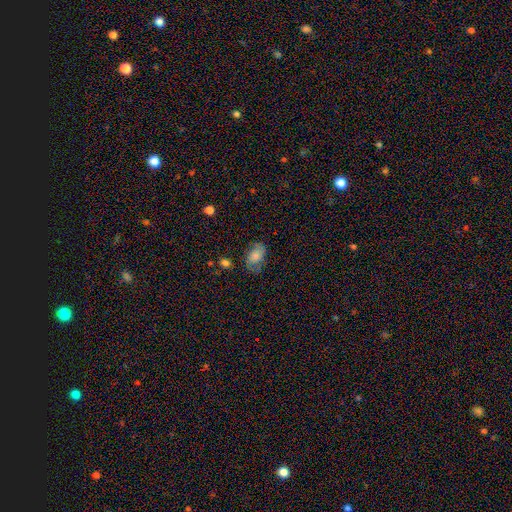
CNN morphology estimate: A smooth galaxy with no disk features (47%). Merging: none (65%).